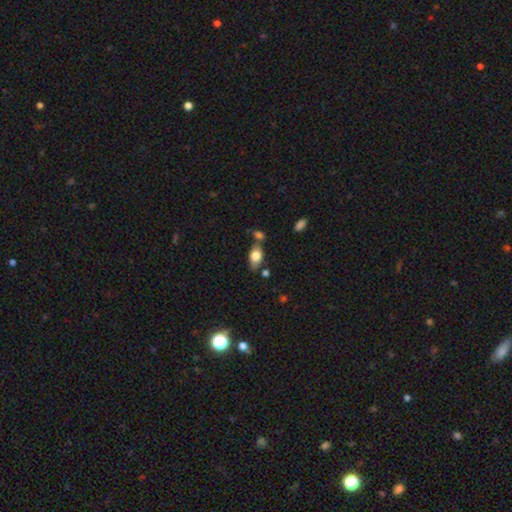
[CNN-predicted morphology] type=smooth (76%); roundness=in between (86%); merging=none (58%).